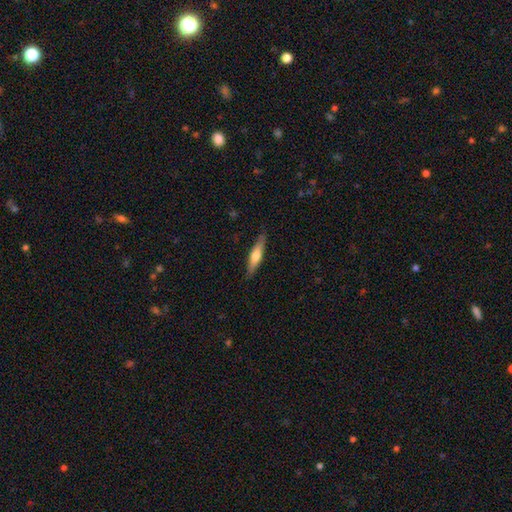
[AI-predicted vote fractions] Morphology: type=smooth (52%); roundness=cigar-shaped (80%); merging=none (86%).